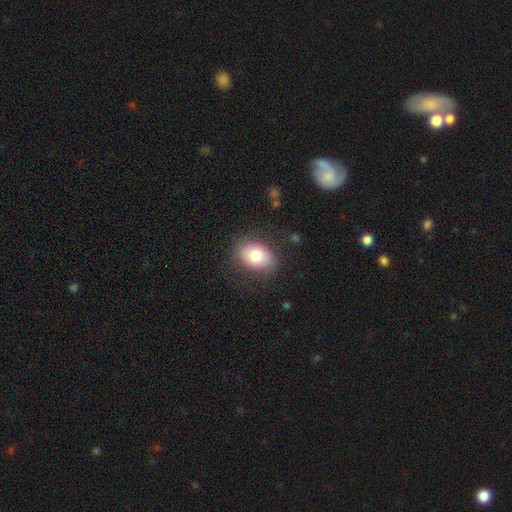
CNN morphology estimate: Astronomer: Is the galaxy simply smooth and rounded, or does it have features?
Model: smooth — 82%.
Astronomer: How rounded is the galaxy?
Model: in between — 82%.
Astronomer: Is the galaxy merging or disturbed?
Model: none — 80%.